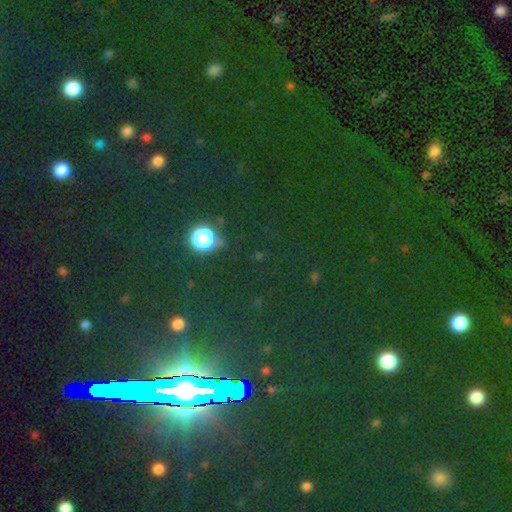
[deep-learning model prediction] This appears to be a star or artifact, not a galaxy (72%).